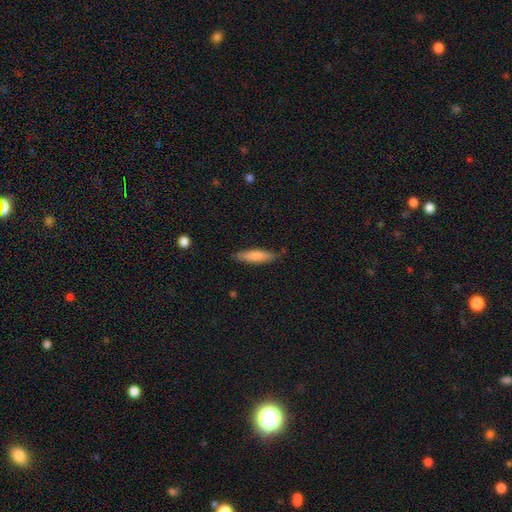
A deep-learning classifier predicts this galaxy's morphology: smooth-or-featured: smooth: 77% | featured or disk: 17% | star or artifact: 6%
  how-rounded: cigar-shaped: 66% | in between: 33% | round: 1%
  merging: none: 78% | minor disturbance: 17% | major disturbance: 3% | merger: 2%